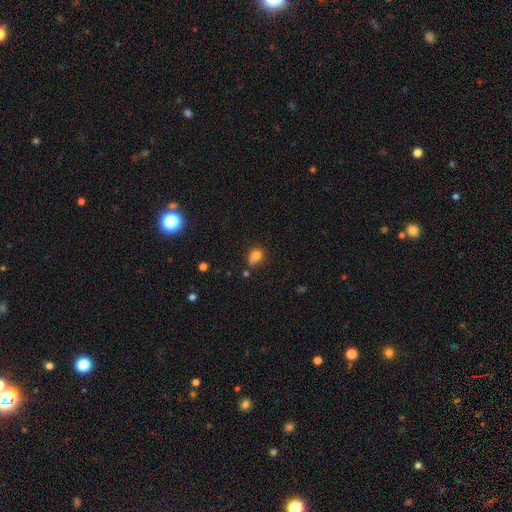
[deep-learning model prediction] The model was most divided on "how rounded": round: 50%, in between: 48%, cigar-shaped: 2%. Remaining: smooth or featured — smooth (78%); merging — none (46%).